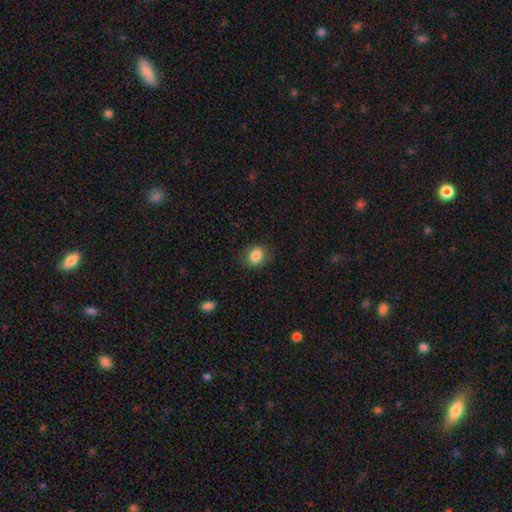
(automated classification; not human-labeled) Overall: smooth (85%). How rounded: in between (58%; round 41%). Merging: none (83%).